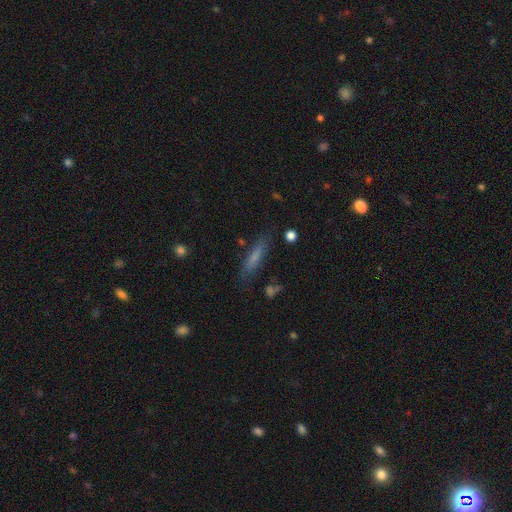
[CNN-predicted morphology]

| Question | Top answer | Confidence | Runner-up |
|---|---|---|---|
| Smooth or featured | smooth | 60% | featured or disk (28%) |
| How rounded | cigar-shaped | 85% | in between (12%) |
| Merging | none | 81% | minor disturbance (12%) |